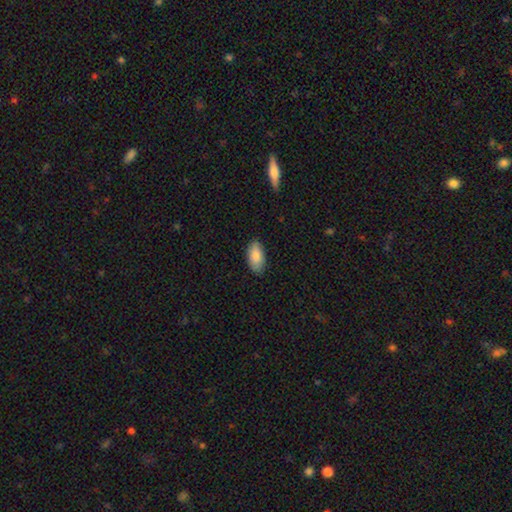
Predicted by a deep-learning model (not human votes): smooth_or_featured: smooth (p=0.84) [alt: featured or disk p=0.10]
how_rounded: in between (p=0.94) [alt: cigar-shaped p=0.03]
merging: none (p=0.85) [alt: minor disturbance p=0.12]